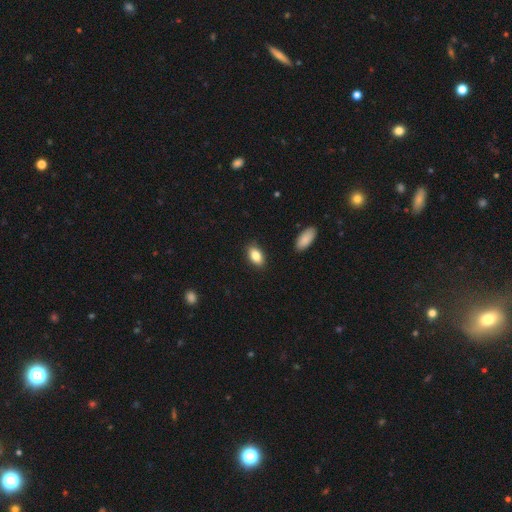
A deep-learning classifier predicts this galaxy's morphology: The model was most divided on "smooth or featured": smooth: 85%, featured or disk: 8%, star or artifact: 7%. More confident: how rounded — in between (91%); merging — none (87%).